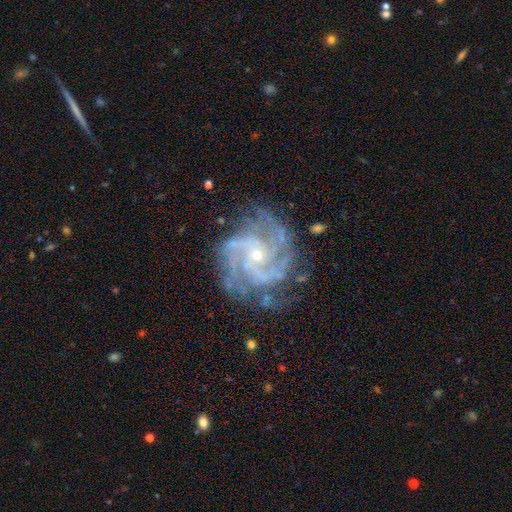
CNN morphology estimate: featured or disk 91%, star or artifact 6%, smooth 3%. Down the decision tree: edge-on disk — no (98%); bar — no (69%); spiral arms — yes (98%); spiral arm count — 3 (28%); spiral winding — tight (53%); bulge size — small (76%); merging — none (73%).